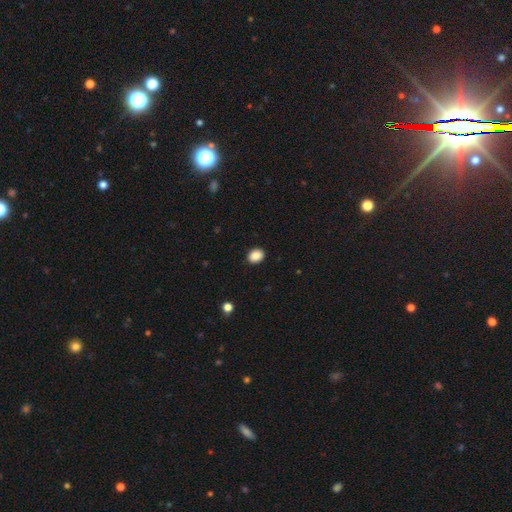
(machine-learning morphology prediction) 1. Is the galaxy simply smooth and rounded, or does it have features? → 88% smooth, 9% star or artifact, 4% featured or disk.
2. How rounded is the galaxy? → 56% in between, 43% round, 1% cigar-shaped.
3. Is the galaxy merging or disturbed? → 91% none, 7% minor disturbance, 2% major disturbance, 1% merger.